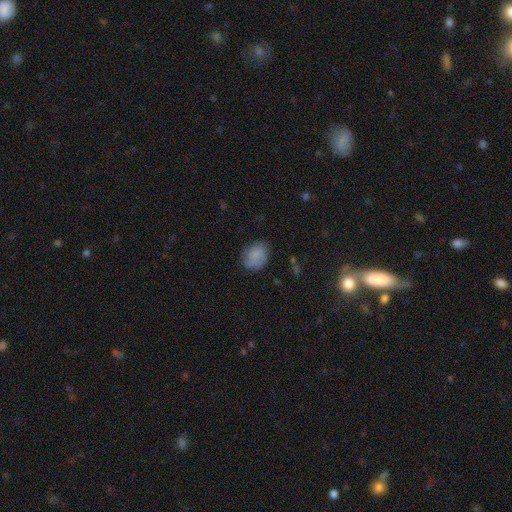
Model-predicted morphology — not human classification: A smooth galaxy with no disk features (80%) that is in between round and cigar-shaped (53%).

Vote fractions:
- Smooth or featured? smooth: 80% / featured or disk: 12% / star or artifact: 9%
- How rounded? in between: 53% / round: 46% / cigar-shaped: 1%
- Merging? none: 70% / minor disturbance: 22% / major disturbance: 6% / merger: 2%